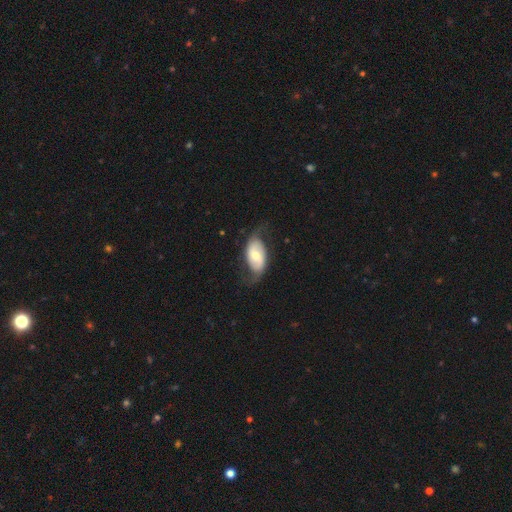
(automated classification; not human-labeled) This appears to be a featured or disk galaxy (60%) with no bar (53%), spiral arms (80%) and a moderate central bulge (51%). Merging: none (61%).